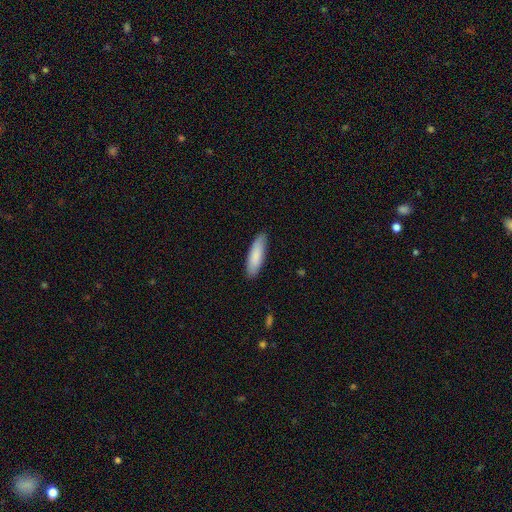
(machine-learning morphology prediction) smooth 86%, featured or disk 9%, star or artifact 5%. Down the decision tree: how rounded — cigar-shaped (58%); merging — none (88%).